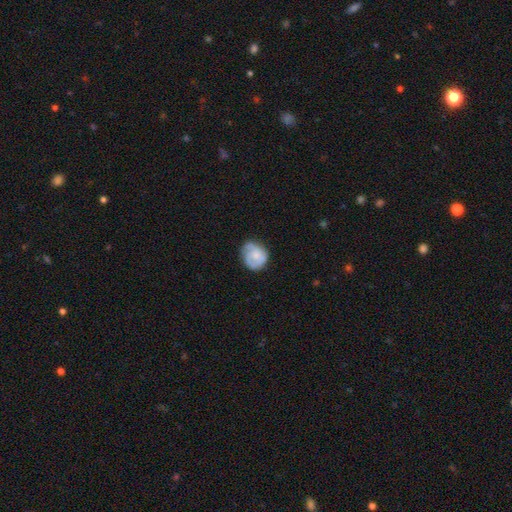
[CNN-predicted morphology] smooth_or_featured: smooth (p=0.48) [alt: featured or disk p=0.45]
merging: none (p=0.61) [alt: minor disturbance p=0.28]